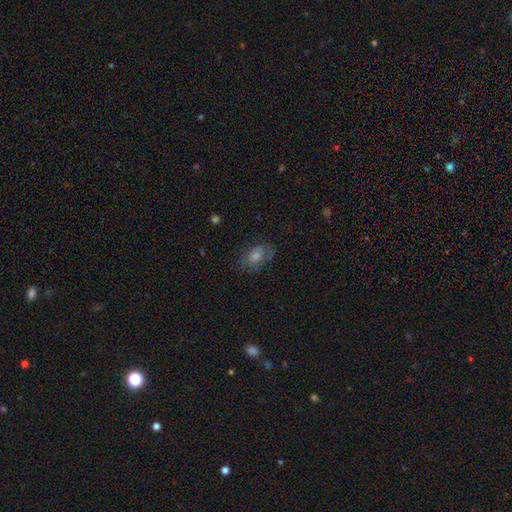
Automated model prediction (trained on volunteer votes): Smooth or featured? Predicted: smooth (p=0.43). Merging? Predicted: none (p=0.73).